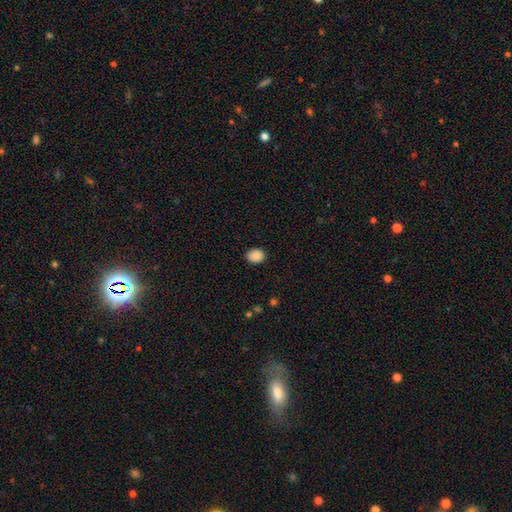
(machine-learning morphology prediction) Smooth or featured? Predicted: smooth (p=0.88). How rounded? Predicted: in between (p=0.51). Merging? Predicted: none (p=0.88).